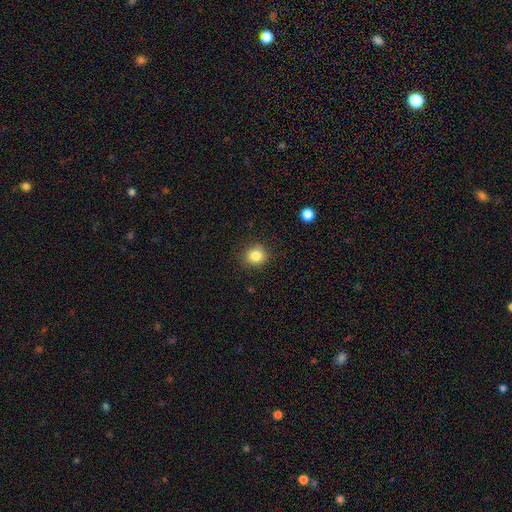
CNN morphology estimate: Smooth or featured?
  - smooth: 83% *
  - star or artifact: 11%
  - featured or disk: 6%
How rounded?
  - round: 82% *
  - in between: 17%
  - cigar-shaped: 1%
Merging?
  - none: 84% *
  - minor disturbance: 12%
  - major disturbance: 3%
  - merger: 1%